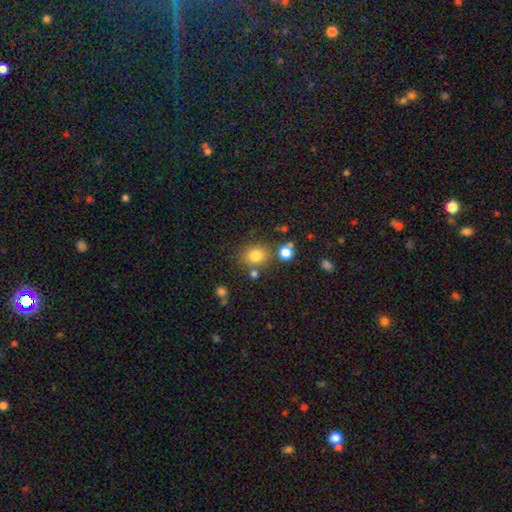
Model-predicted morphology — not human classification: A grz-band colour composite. It shows a smooth galaxy with no disk features (80%) that is round (63%). Merging: none (70%).